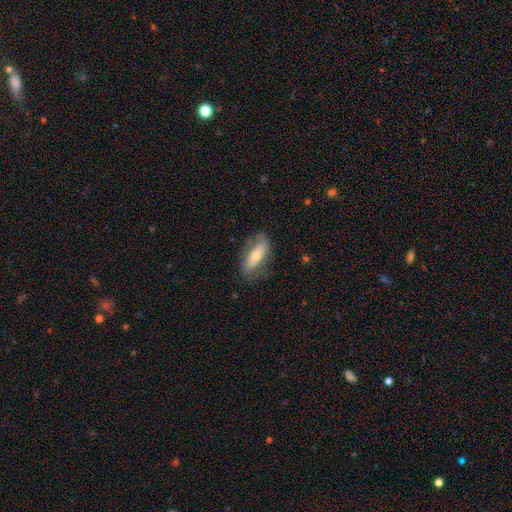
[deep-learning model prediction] The model was most divided on "smooth or featured": smooth: 49%, featured or disk: 44%, star or artifact: 7%. More confident: merging — none (72%).